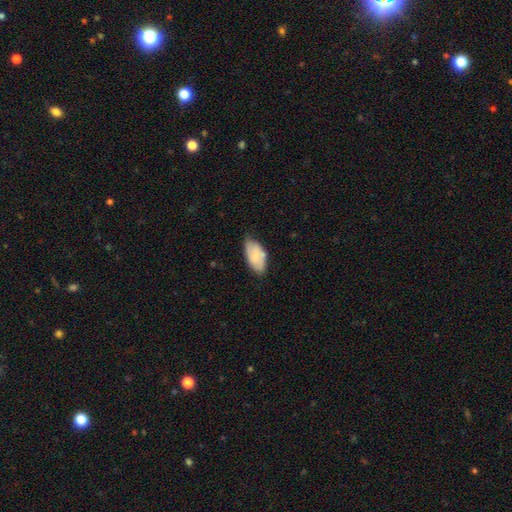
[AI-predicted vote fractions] This appears to be a smooth galaxy with no disk features (66%) that is in between round and cigar-shaped (94%). Merging: none (57%).